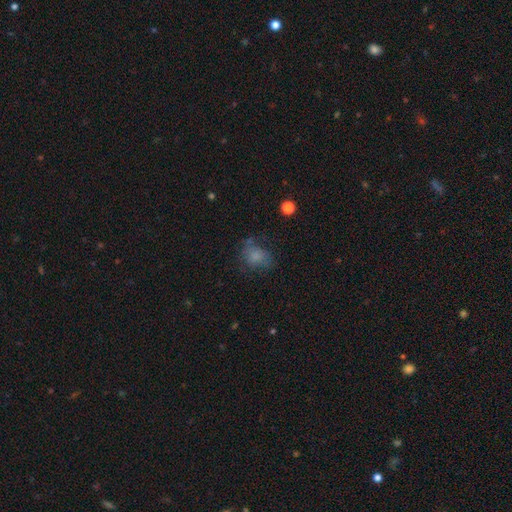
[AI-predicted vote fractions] Smooth or featured?
  - smooth: 71% *
  - featured or disk: 15%
  - star or artifact: 14%
How rounded?
  - in between: 55% *
  - round: 43%
  - cigar-shaped: 1%
Merging?
  - none: 52% *
  - minor disturbance: 26%
  - major disturbance: 19%
  - merger: 4%